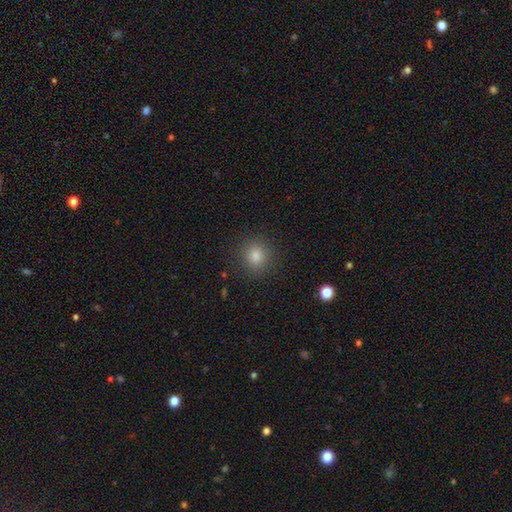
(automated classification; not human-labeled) Smooth or featured?
  - smooth: 81% *
  - star or artifact: 14%
  - featured or disk: 5%
How rounded?
  - round: 91% *
  - in between: 8%
  - cigar-shaped: 1%
Merging?
  - none: 91% *
  - minor disturbance: 6%
  - major disturbance: 2%
  - merger: 1%